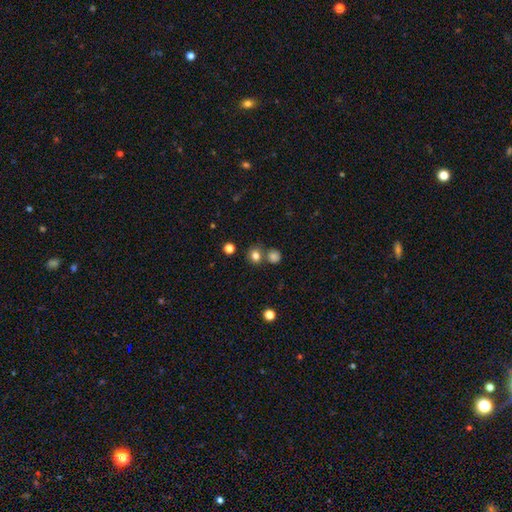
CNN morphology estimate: A smooth galaxy with no disk features (79%) that is round (82%).

Vote fractions:
- Smooth or featured? smooth: 79% / star or artifact: 15% / featured or disk: 6%
- How rounded? round: 82% / in between: 18% / cigar-shaped: 1%
- Merging? none: 68% / merger: 20% / minor disturbance: 9% / major disturbance: 3%